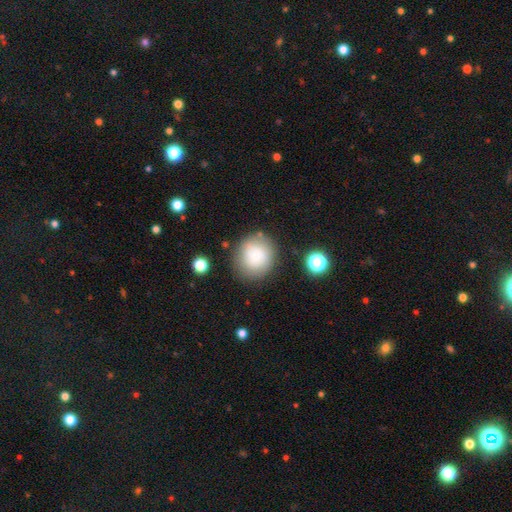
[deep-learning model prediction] Smooth or featured? smooth (77%)
How rounded? round (85%)
Merging? none (78%)